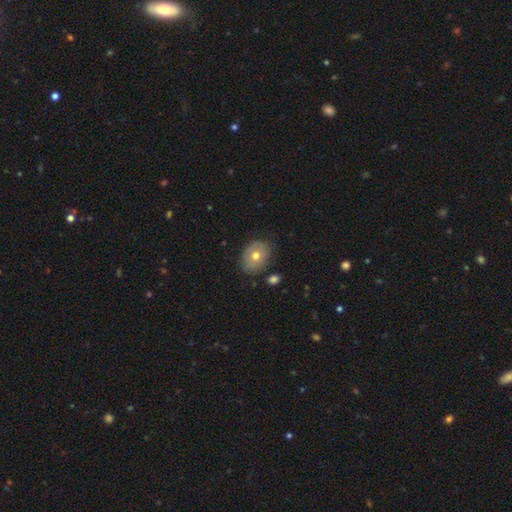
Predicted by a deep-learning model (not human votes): Smooth or featured?
  - smooth: 61% *
  - featured or disk: 31%
  - star or artifact: 8%
How rounded?
  - in between: 62% *
  - round: 37%
  - cigar-shaped: 1%
Merging?
  - none: 75% *
  - minor disturbance: 18%
  - major disturbance: 4%
  - merger: 3%